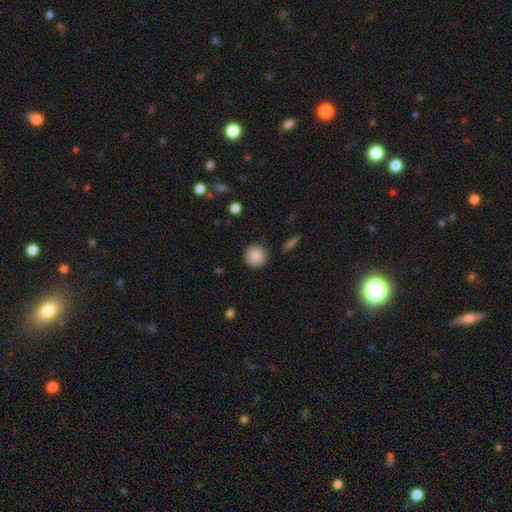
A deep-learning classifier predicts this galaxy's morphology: Smooth or featured? Predicted: smooth (p=0.88). How rounded? Predicted: round (p=0.94). Merging? Predicted: none (p=0.90).